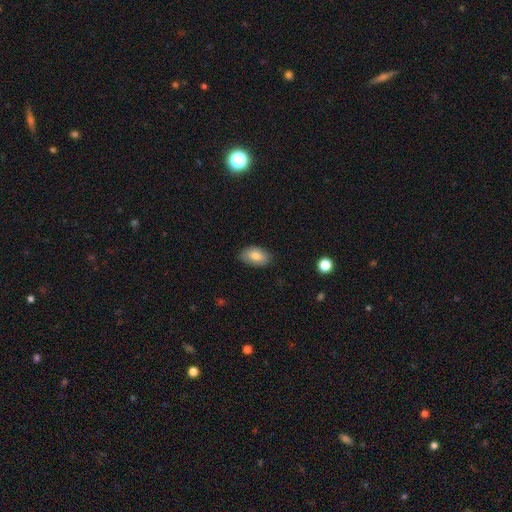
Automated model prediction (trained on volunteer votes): A smooth galaxy with no disk features (79%) that is in between round and cigar-shaped (92%). Merging: none (82%).